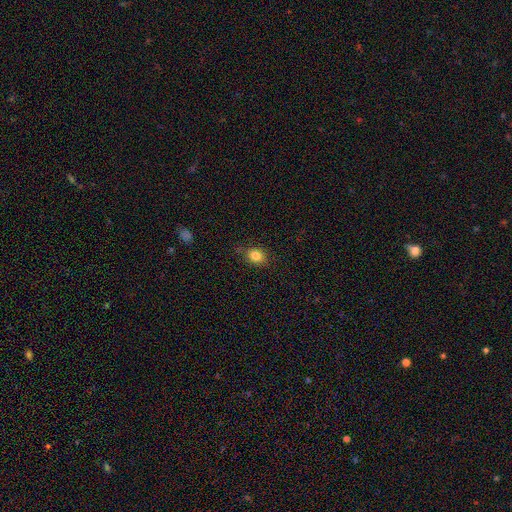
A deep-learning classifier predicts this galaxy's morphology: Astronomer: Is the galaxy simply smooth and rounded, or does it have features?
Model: smooth — 84%.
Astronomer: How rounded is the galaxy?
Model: round — 53% (runner-up: in between, 46%).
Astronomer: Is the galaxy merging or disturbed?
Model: none — 82%.